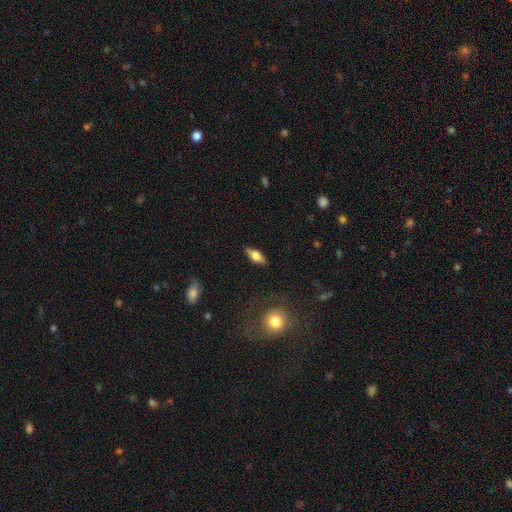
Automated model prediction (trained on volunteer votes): Smooth or featured? smooth (51%)
How rounded? in between (66%)
Merging? none (86%)